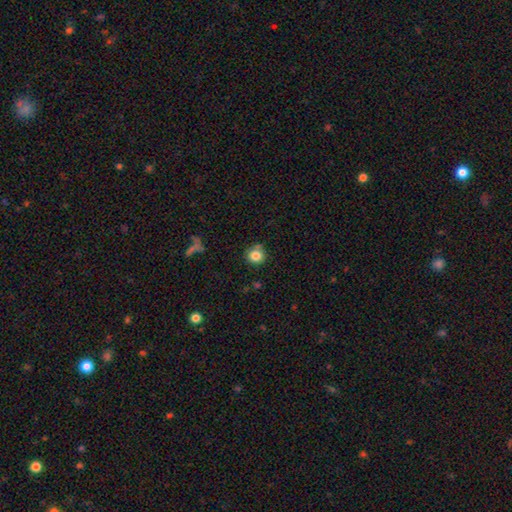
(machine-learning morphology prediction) The model was most divided on "merging": none: 76%, minor disturbance: 14%, merger: 6%, major disturbance: 4%. More confident: how rounded — round (90%); smooth or featured — smooth (83%).